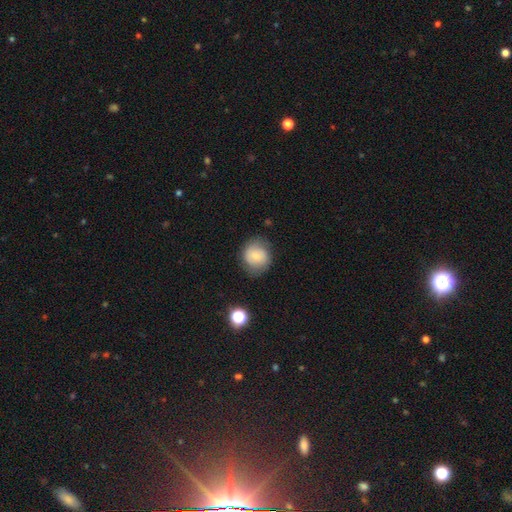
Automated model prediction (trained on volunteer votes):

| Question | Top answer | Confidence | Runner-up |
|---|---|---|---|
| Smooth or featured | smooth | 72% | featured or disk (18%) |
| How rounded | round | 78% | in between (21%) |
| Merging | none | 71% | minor disturbance (20%) |